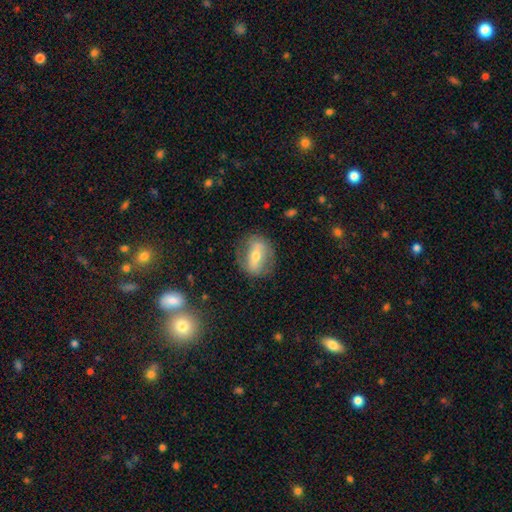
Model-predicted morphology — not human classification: This appears to be a featured or disk galaxy (56%). Merging: none (76%).